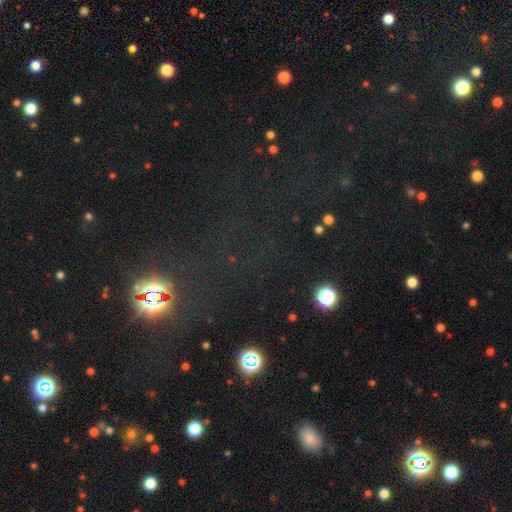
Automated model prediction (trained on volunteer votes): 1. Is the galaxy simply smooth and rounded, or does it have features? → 70% star or artifact, 21% smooth, 9% featured or disk.